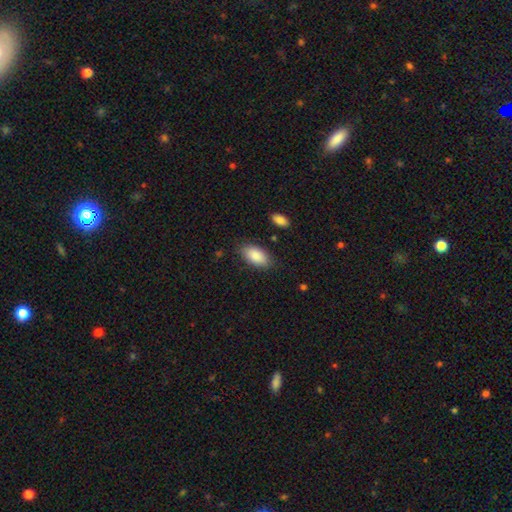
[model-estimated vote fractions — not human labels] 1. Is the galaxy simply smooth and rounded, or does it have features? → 88% smooth, 6% featured or disk, 6% star or artifact.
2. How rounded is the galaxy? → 93% in between, 4% cigar-shaped, 3% round.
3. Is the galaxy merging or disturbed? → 83% none, 12% minor disturbance, 3% major disturbance, 2% merger.